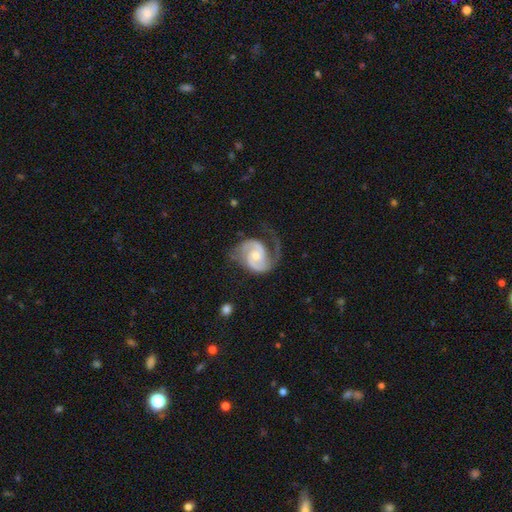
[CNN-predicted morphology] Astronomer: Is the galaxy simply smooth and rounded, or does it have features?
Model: featured or disk — 90%.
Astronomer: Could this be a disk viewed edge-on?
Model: no — 98%.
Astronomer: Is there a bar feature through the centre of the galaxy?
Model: no — 57% (runner-up: weak, 36%).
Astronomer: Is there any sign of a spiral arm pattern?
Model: yes — 97%.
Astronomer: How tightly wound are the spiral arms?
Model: medium — 50% (runner-up: tight, 32%).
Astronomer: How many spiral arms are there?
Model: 2 — 86%.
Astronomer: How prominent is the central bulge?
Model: moderate — 51% (runner-up: small, 43%).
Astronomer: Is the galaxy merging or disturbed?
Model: none — 55%.